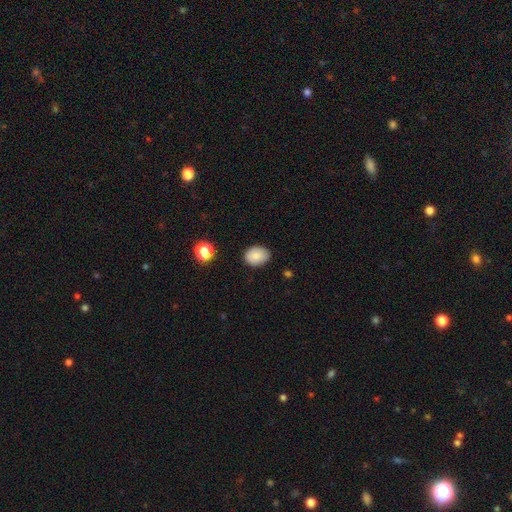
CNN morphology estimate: Overall: smooth (85%). How rounded: in between (62%; round 37%). Merging: none (83%).